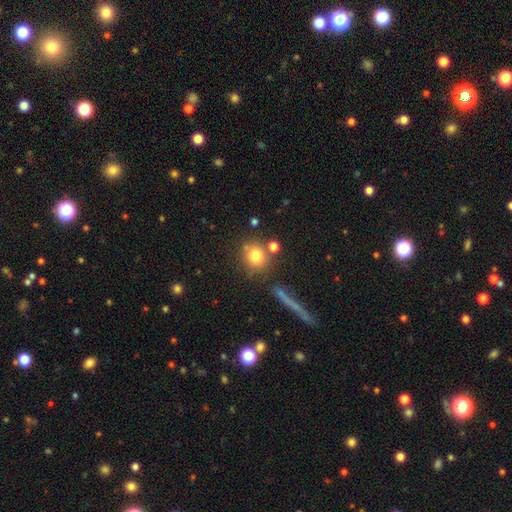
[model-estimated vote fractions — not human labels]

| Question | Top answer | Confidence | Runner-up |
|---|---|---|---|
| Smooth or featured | smooth | 78% | star or artifact (12%) |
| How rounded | round | 86% | in between (12%) |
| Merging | none | 72% | merger (14%) |